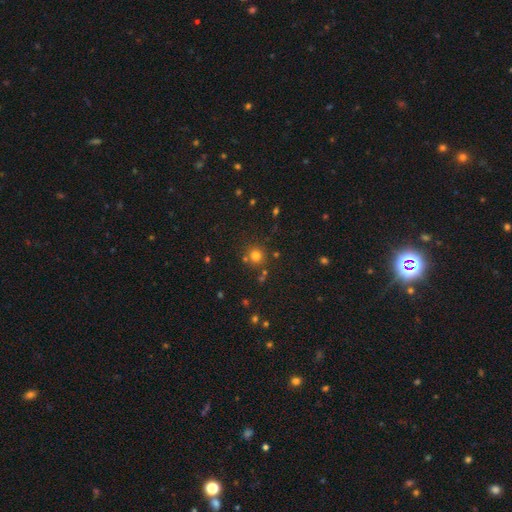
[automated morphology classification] Q: Smooth or featured?
A: smooth (75%); runner-up: star or artifact (18%)
Q: How rounded?
A: round (92%); runner-up: in between (7%)
Q: Merging?
A: none (79%); runner-up: merger (9%)